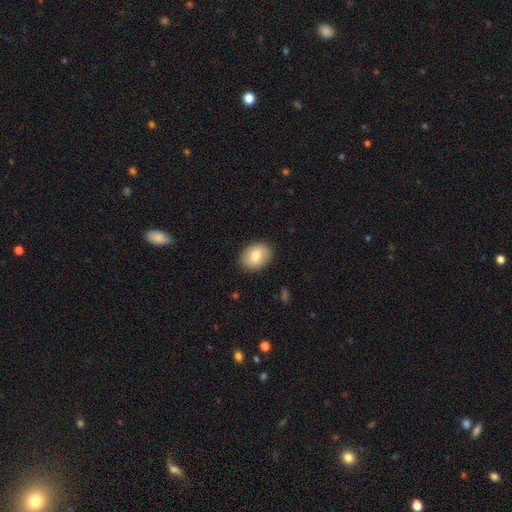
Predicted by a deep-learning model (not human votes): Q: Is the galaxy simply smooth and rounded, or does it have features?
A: smooth — 77%.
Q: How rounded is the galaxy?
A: in between — 56%.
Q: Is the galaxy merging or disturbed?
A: none — 88%.